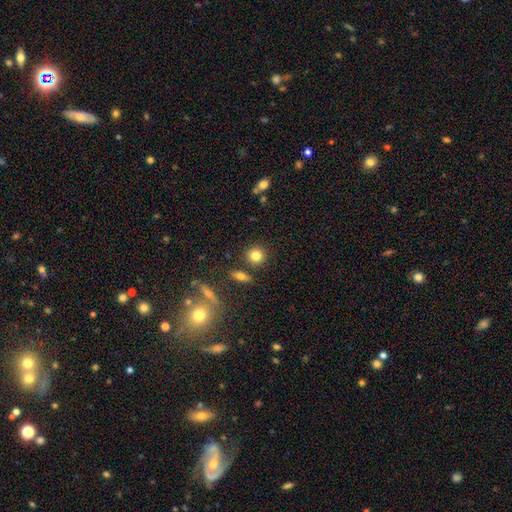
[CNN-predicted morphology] Smooth or featured? smooth (82%)
How rounded? round (88%)
Merging? none (82%)